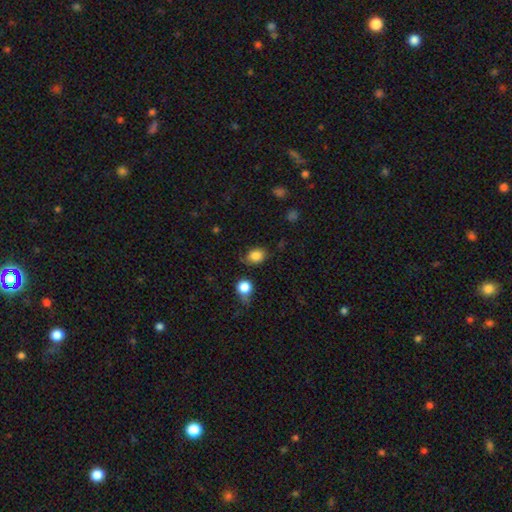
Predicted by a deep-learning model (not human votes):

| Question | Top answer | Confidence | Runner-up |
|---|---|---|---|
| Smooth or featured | smooth | 84% | star or artifact (10%) |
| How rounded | in between | 54% | round (44%) |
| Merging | none | 71% | minor disturbance (20%) |